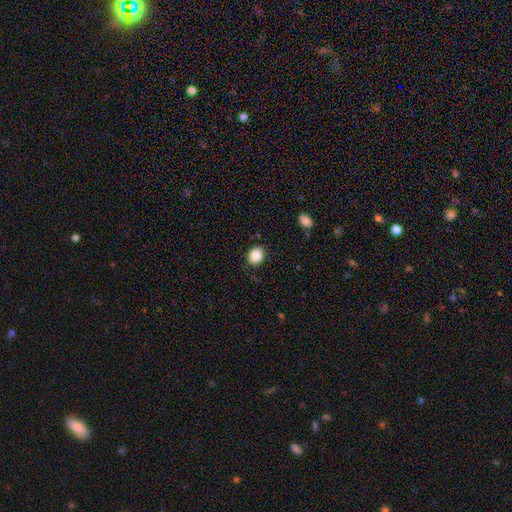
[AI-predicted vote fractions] Morphology: type=smooth (86%); roundness=round (66%); merging=none (88%).